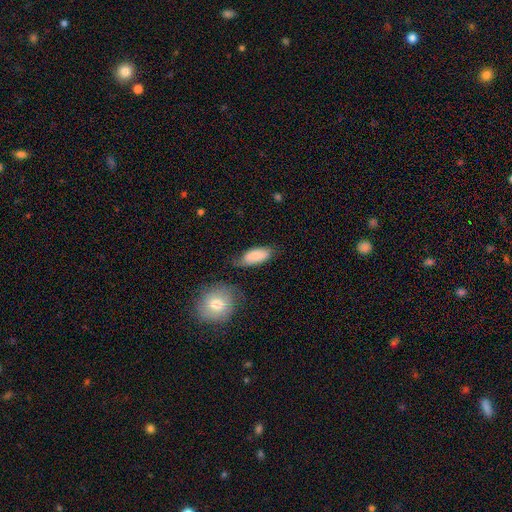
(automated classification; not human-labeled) Morphology: type=smooth (79%); roundness=in between (86%); merging=none (55%).